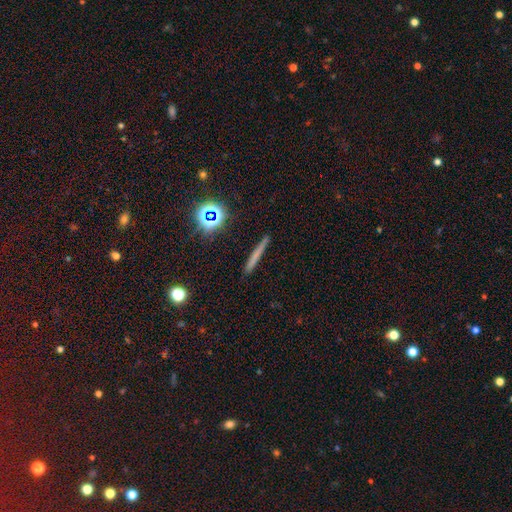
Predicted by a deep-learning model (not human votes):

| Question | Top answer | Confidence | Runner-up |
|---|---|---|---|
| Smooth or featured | smooth | 60% | featured or disk (25%) |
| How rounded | cigar-shaped | 93% | round (4%) |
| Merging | none | 89% | minor disturbance (8%) |